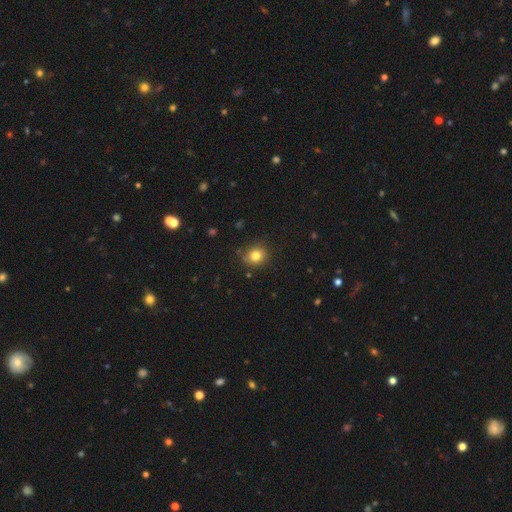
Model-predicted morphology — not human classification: smooth_or_featured: smooth (p=0.81) [alt: star or artifact p=0.11]
how_rounded: round (p=0.77) [alt: in between p=0.22]
merging: none (p=0.83) [alt: minor disturbance p=0.13]